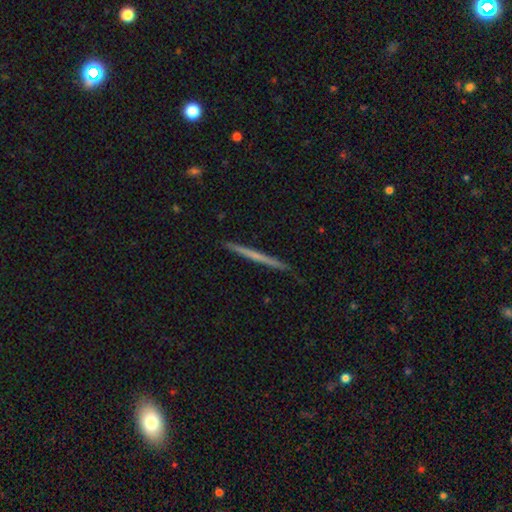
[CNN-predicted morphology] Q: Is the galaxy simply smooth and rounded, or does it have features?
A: featured or disk — 53%.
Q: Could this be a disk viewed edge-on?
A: yes — 98%.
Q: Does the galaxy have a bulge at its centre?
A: none — 87%.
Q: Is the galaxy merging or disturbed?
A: none — 91%.